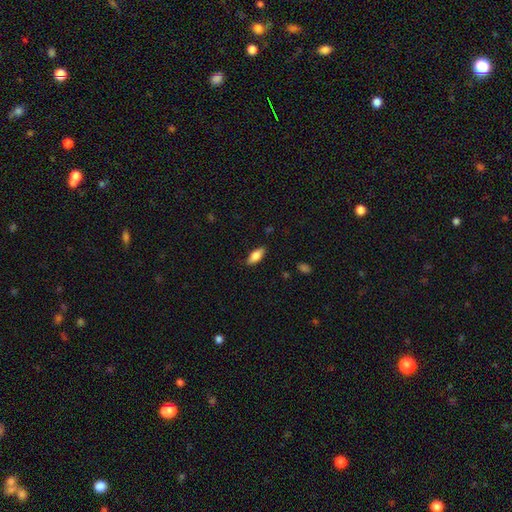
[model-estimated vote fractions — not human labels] smooth_or_featured: smooth (p=0.78) [alt: featured or disk p=0.16]
how_rounded: in between (p=0.80) [alt: cigar-shaped p=0.17]
merging: none (p=0.85) [alt: minor disturbance p=0.12]